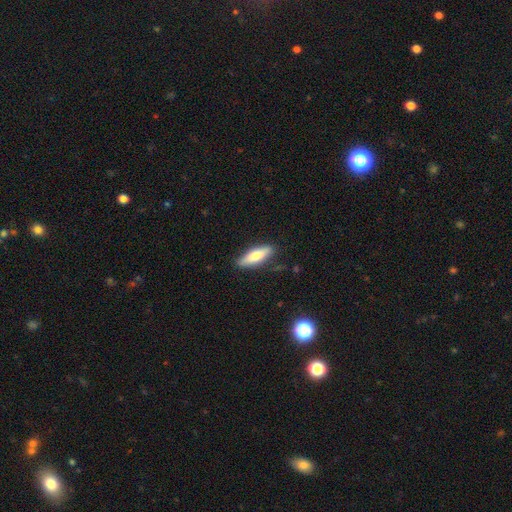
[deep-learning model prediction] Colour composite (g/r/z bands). It shows a smooth galaxy with no disk features (71%) that is cigar-shaped (50%). Merging: none (82%).